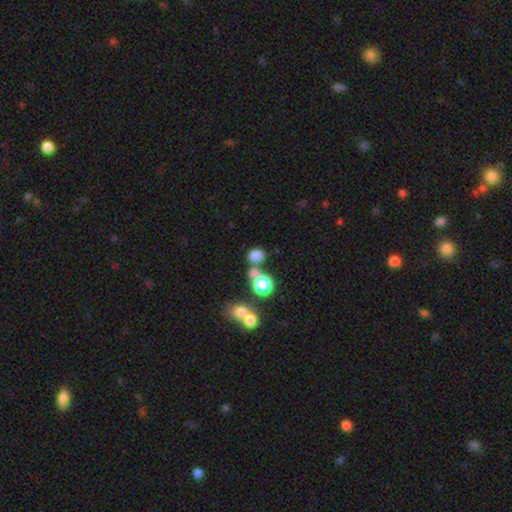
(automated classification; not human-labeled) Morphology: type=smooth (74%); roundness=round (52%); merging=none (54%).